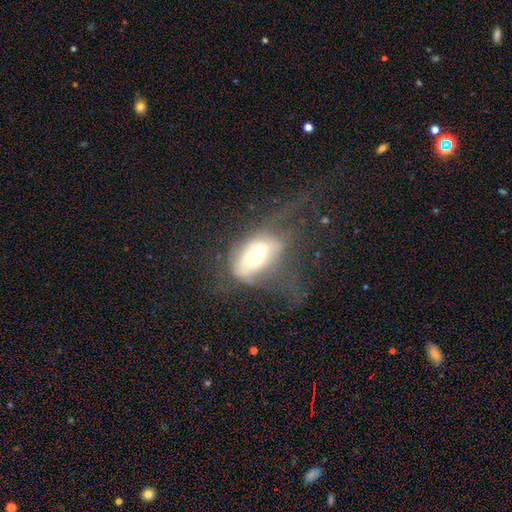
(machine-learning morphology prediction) smooth 51%, featured or disk 39%, star or artifact 10%. Down the decision tree: how rounded — in between (85%); merging — major disturbance (45%).